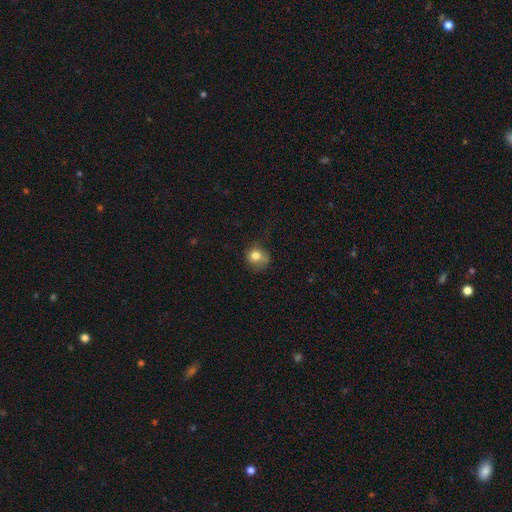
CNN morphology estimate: Smooth or featured? smooth (77%)
How rounded? round (75%)
Merging? none (50%)